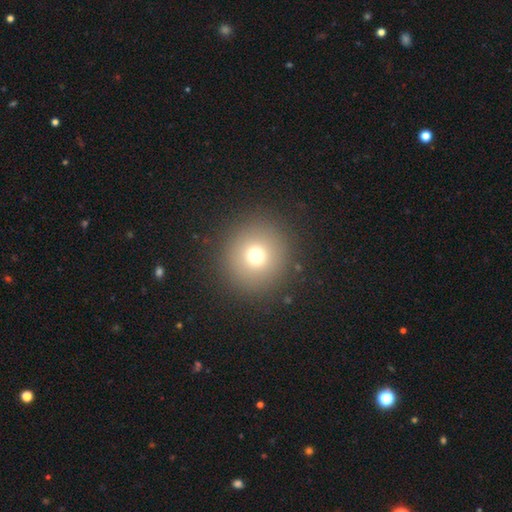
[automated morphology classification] Smooth or featured? smooth (73%)
How rounded? round (94%)
Merging? none (90%)